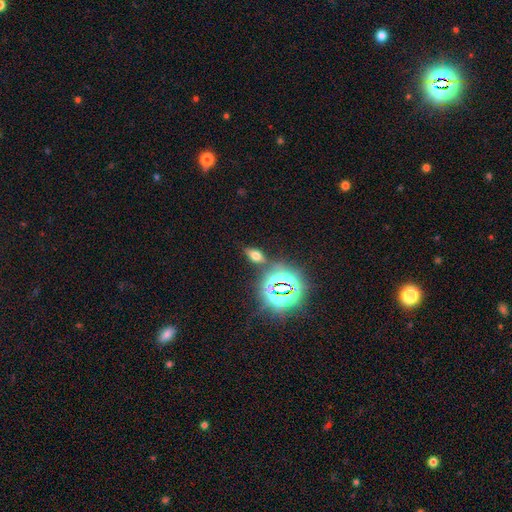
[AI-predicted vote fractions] Smooth or featured: smooth — 52% (star or artifact — 32%)
How rounded: in between — 79% (round — 12%)
Merging: none — 79% (minor disturbance — 11%)